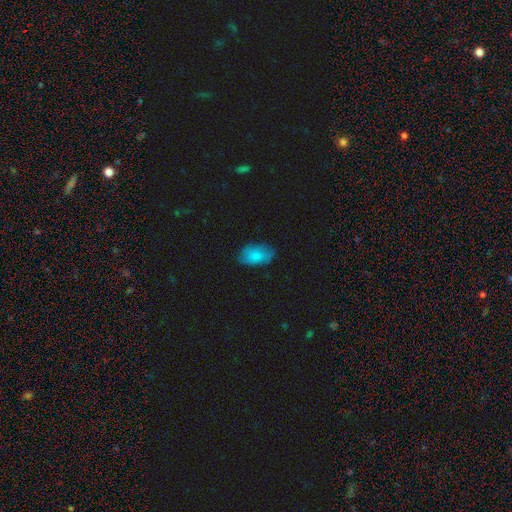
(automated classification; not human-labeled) Q: Smooth or featured?
A: smooth (76%); runner-up: featured or disk (17%)
Q: How rounded?
A: in between (91%); runner-up: round (7%)
Q: Merging?
A: none (68%); runner-up: minor disturbance (24%)